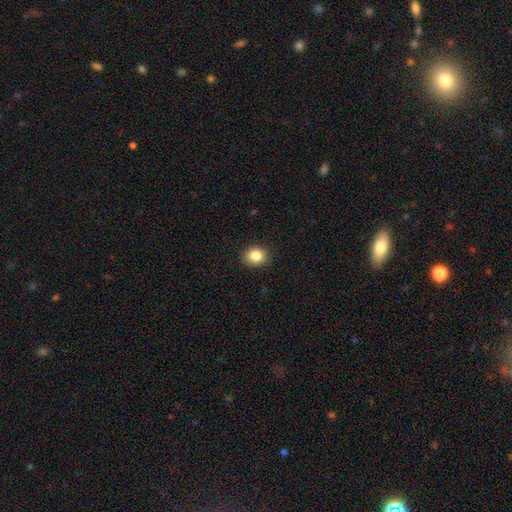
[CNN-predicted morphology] Overall: smooth (84%). How rounded: round (68%; in between 31%). Merging: none (90%).